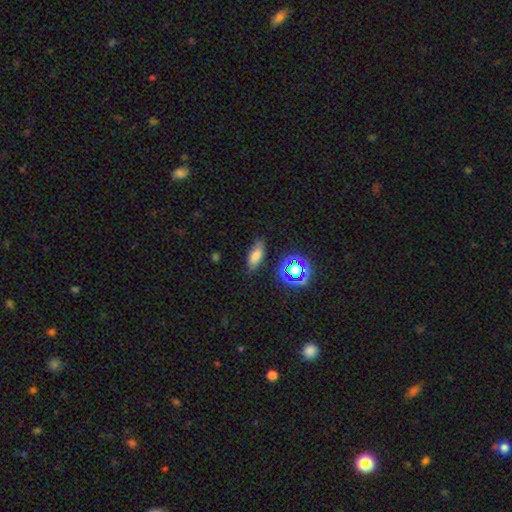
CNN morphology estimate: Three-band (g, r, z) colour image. It shows a smooth galaxy with no disk features (73%) that is in between round and cigar-shaped (76%). Merging: none (80%).